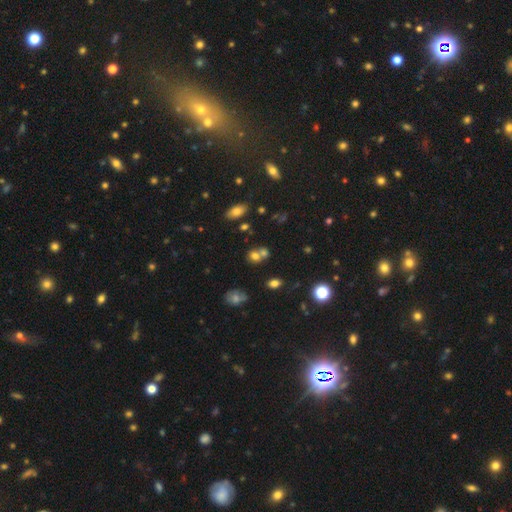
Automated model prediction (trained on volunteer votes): smooth-or-featured: smooth: 69% | star or artifact: 18% | featured or disk: 13%
  how-rounded: round: 60% | in between: 38% | cigar-shaped: 2%
  merging: merger: 47% | none: 40% | minor disturbance: 9% | major disturbance: 4%